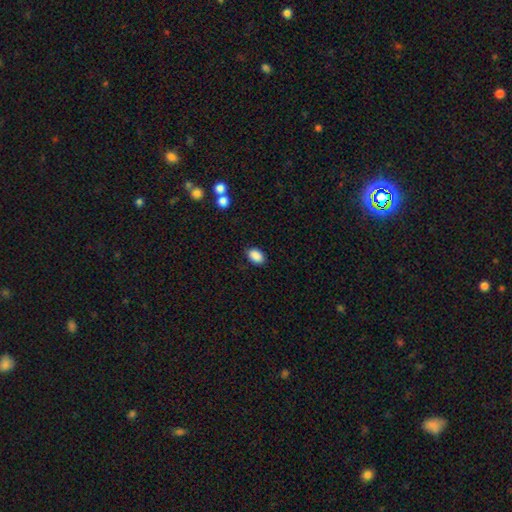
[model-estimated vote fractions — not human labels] Smooth or featured? smooth (89%)
How rounded? in between (86%)
Merging? none (87%)